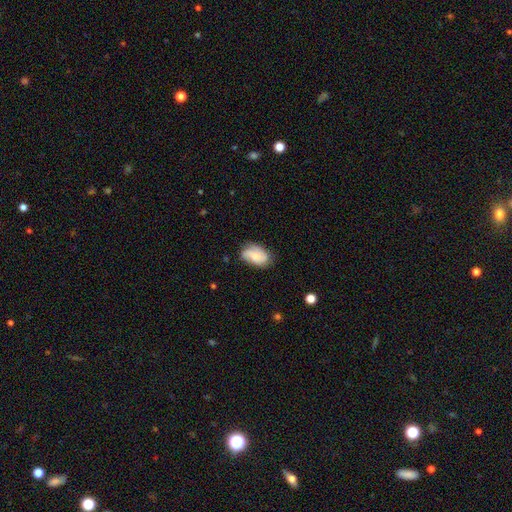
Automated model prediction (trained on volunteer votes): smooth_or_featured: featured or disk (p=0.50) [alt: smooth p=0.43]
merging: none (p=0.66) [alt: minor disturbance p=0.25]